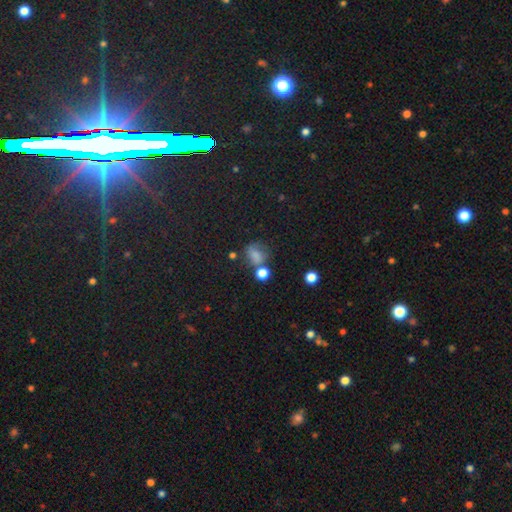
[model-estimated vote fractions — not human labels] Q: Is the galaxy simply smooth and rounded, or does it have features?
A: smooth — 68%.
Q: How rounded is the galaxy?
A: round — 55%.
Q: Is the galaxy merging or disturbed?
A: none — 42%.